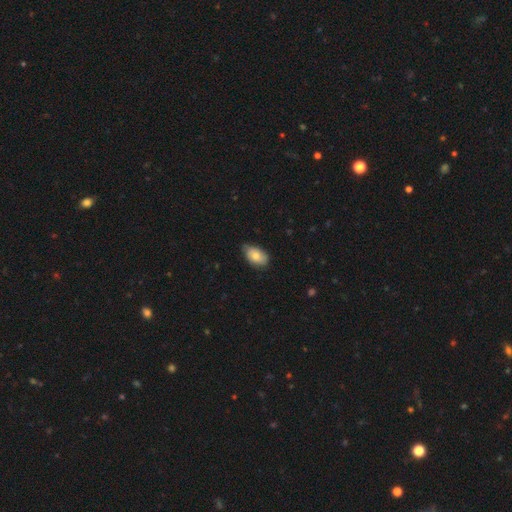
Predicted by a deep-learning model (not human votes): Q: Smooth or featured?
A: smooth (75%); runner-up: featured or disk (18%)
Q: How rounded?
A: in between (91%); runner-up: round (8%)
Q: Merging?
A: none (68%); runner-up: minor disturbance (27%)